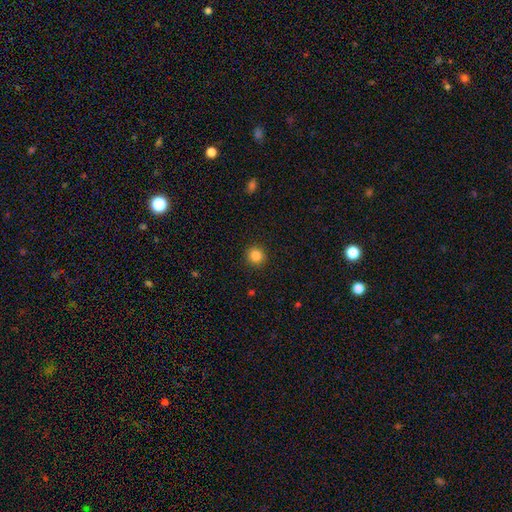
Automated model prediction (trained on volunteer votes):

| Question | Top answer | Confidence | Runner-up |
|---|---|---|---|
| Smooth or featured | smooth | 84% | star or artifact (11%) |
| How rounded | round | 93% | in between (6%) |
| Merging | none | 92% | minor disturbance (5%) |